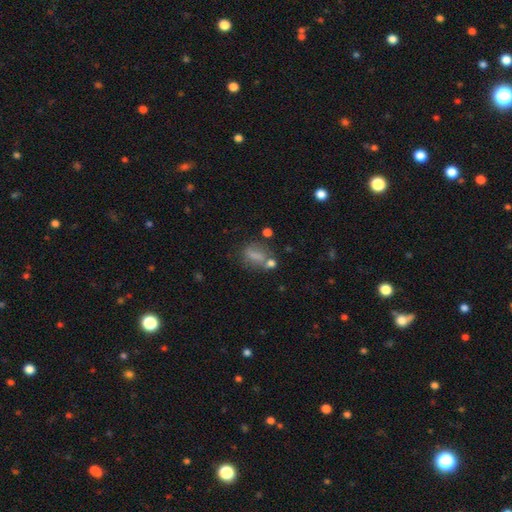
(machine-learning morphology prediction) smooth 67%, featured or disk 19%, star or artifact 14%. Down the decision tree: how rounded — in between (67%); merging — none (44%).